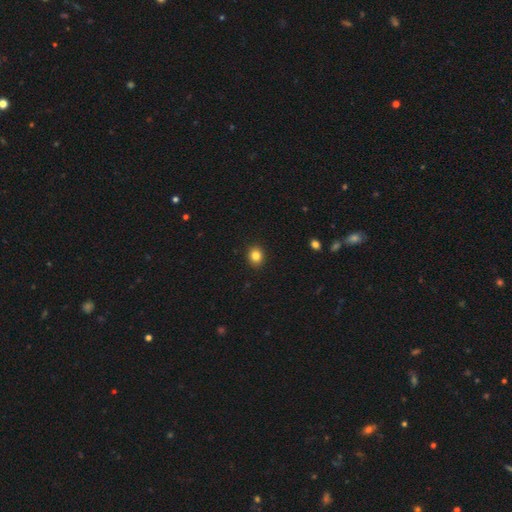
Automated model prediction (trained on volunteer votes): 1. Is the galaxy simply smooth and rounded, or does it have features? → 83% smooth, 11% star or artifact, 5% featured or disk.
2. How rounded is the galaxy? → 71% round, 28% in between, 1% cigar-shaped.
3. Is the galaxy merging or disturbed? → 92% none, 6% minor disturbance, 2% major disturbance, 1% merger.